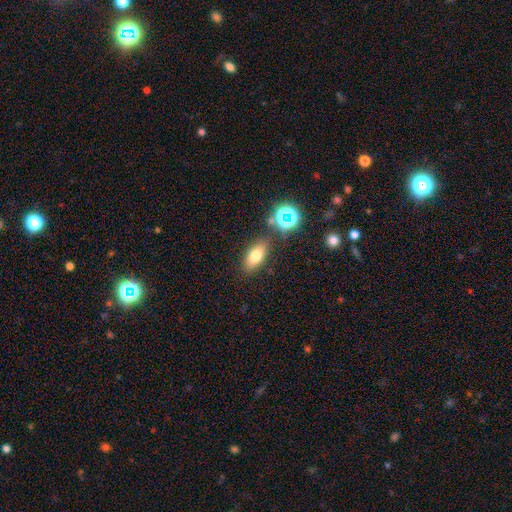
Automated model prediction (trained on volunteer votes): smooth-or-featured: smooth: 72% | star or artifact: 14% | featured or disk: 14%
  how-rounded: in between: 80% | cigar-shaped: 10% | round: 9%
  merging: none: 81% | minor disturbance: 11% | merger: 5% | major disturbance: 3%